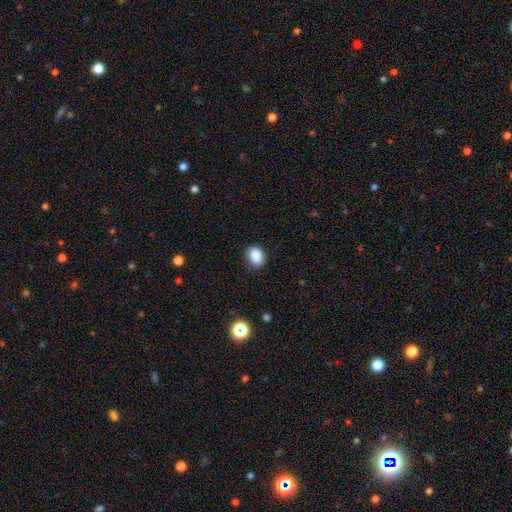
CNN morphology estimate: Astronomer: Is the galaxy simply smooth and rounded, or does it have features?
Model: smooth — 88%.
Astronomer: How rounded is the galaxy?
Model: in between — 64%.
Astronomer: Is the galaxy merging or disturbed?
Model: none — 86%.